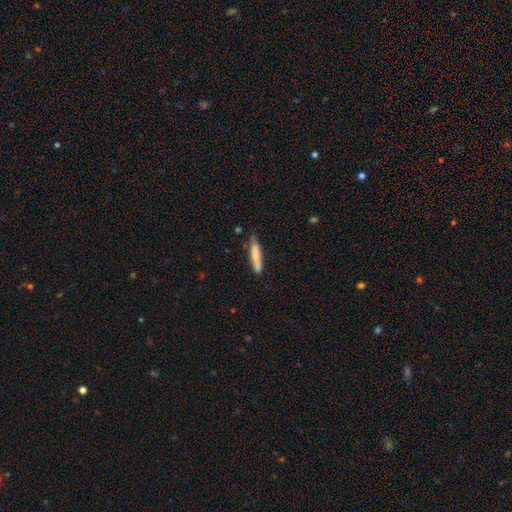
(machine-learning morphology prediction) Overall: smooth (73%). How rounded: cigar-shaped (88%). Merging: none (71%).